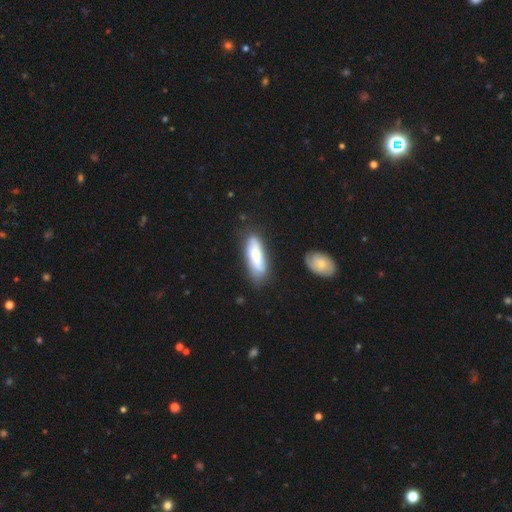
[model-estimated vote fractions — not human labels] smooth_or_featured: smooth (p=0.71) [alt: featured or disk p=0.23]
how_rounded: in between (p=0.52) [alt: cigar-shaped p=0.47]
merging: none (p=0.69) [alt: minor disturbance p=0.20]